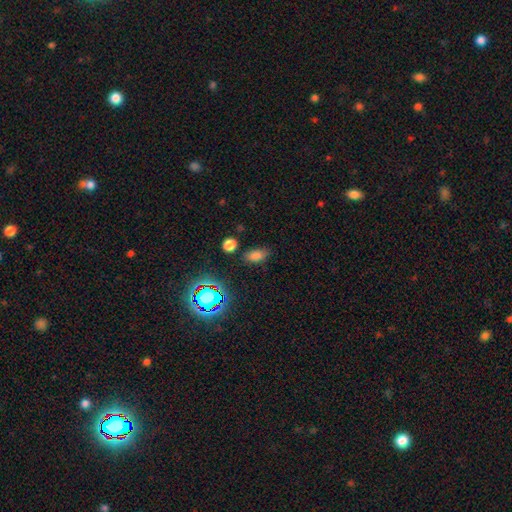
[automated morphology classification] Smooth or featured? Predicted: smooth (p=0.74). How rounded? Predicted: in between (p=0.86). Merging? Predicted: none (p=0.77).